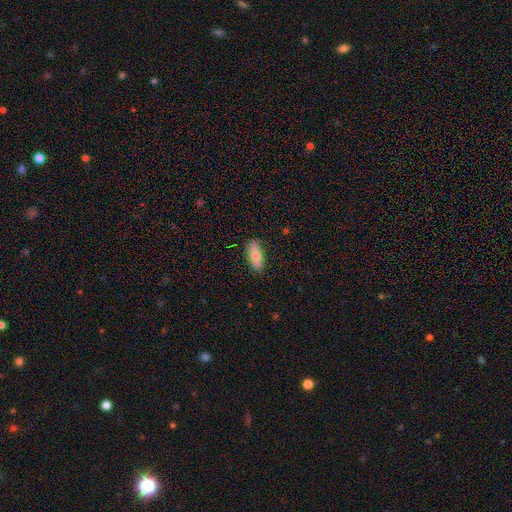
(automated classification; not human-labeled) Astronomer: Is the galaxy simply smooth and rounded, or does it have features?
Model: smooth — 72%.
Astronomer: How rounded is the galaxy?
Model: in between — 81%.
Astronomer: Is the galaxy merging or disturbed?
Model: none — 83%.